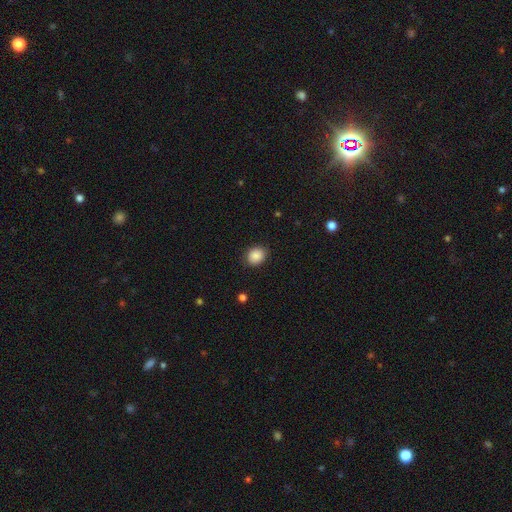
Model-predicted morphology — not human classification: A smooth galaxy with no disk features (86%) that is round (59%). Merging: none (87%).